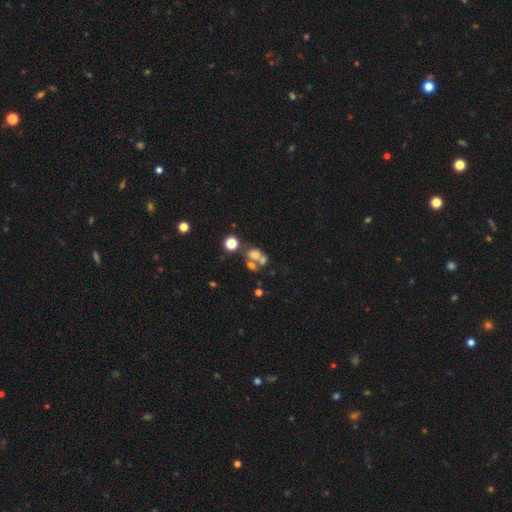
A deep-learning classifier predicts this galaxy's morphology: A smooth galaxy with no disk features (56%) that is in between round and cigar-shaped (56%).

Vote fractions:
- Smooth or featured? smooth: 56% / featured or disk: 24% / star or artifact: 20%
- How rounded? in between: 56% / round: 42% / cigar-shaped: 2%
- Merging? merger: 47% / none: 31% / major disturbance: 11% / minor disturbance: 10%